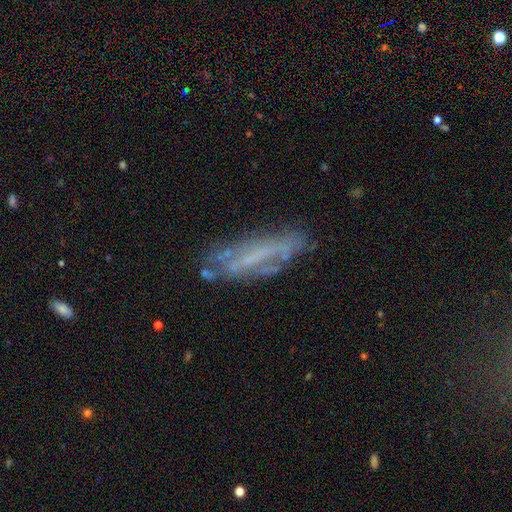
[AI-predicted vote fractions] featured or disk 59%, smooth 28%, star or artifact 13%. Down the decision tree: edge-on disk — no (63%); merging — none (63%).